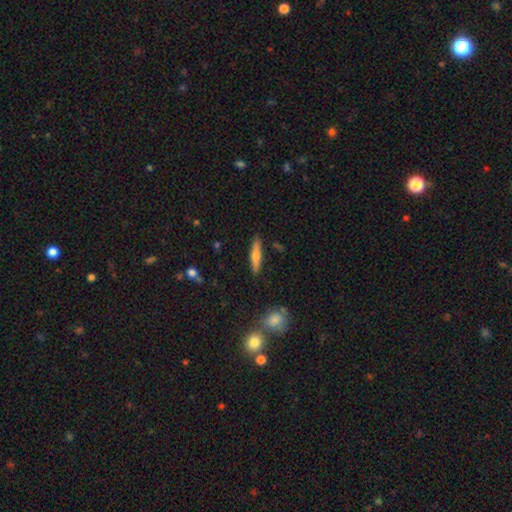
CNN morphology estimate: The model was most divided on "smooth or featured": smooth: 56%, featured or disk: 38%, star or artifact: 6%. More confident: merging — none (88%); how rounded — cigar-shaped (83%).